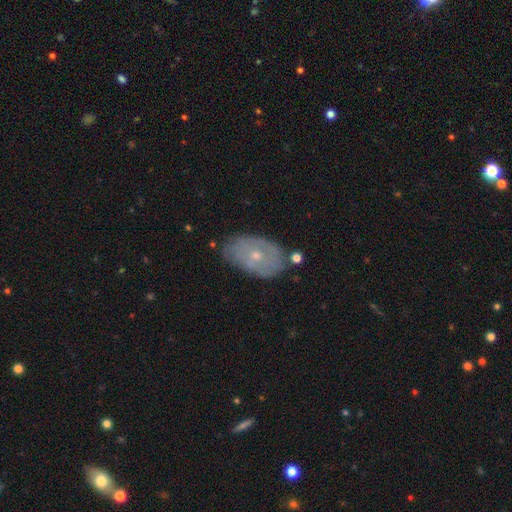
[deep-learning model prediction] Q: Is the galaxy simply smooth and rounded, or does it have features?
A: featured or disk — 53%.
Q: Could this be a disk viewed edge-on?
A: no — 91%.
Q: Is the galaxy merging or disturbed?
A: none — 69%.